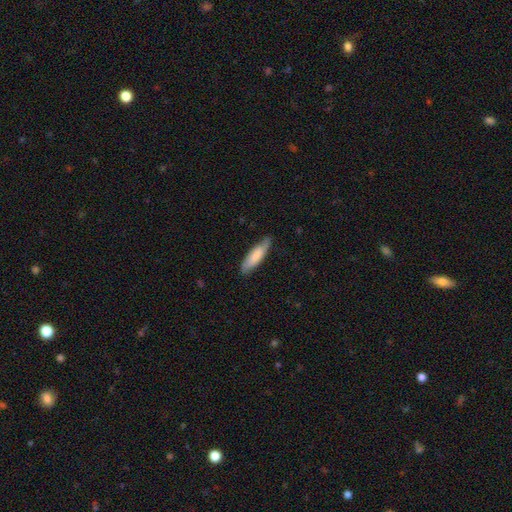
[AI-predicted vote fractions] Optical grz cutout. It shows a smooth galaxy with no disk features (77%) that is cigar-shaped (63%). Merging: none (75%).